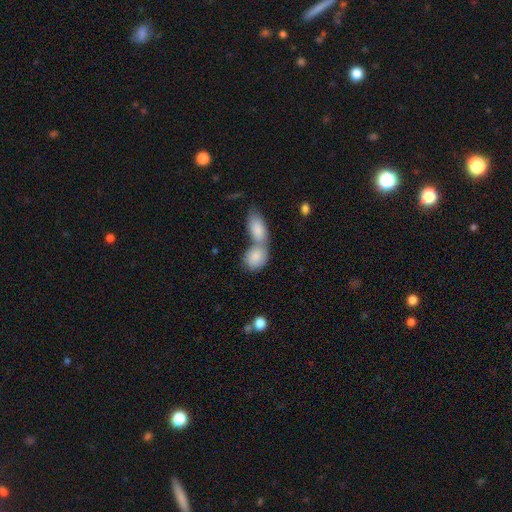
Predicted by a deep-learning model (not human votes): The model was most divided on "how rounded": in between: 58%, round: 37%, cigar-shaped: 5%. More confident: smooth or featured — smooth (79%); merging — merger (60%).